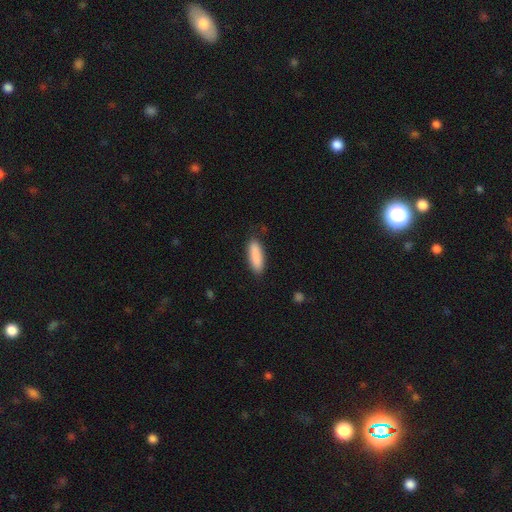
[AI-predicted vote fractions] Morphology: type=smooth (89%); roundness=cigar-shaped (50%); merging=none (85%).